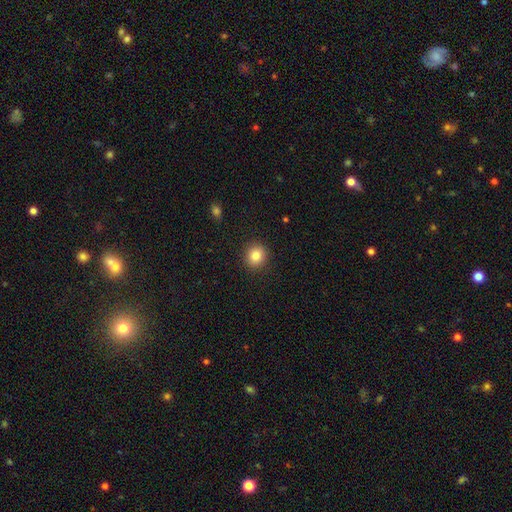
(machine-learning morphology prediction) Smooth or featured?
  - smooth: 84% *
  - star or artifact: 10%
  - featured or disk: 6%
How rounded?
  - round: 84% *
  - in between: 15%
  - cigar-shaped: 1%
Merging?
  - none: 91% *
  - minor disturbance: 6%
  - major disturbance: 2%
  - merger: 1%